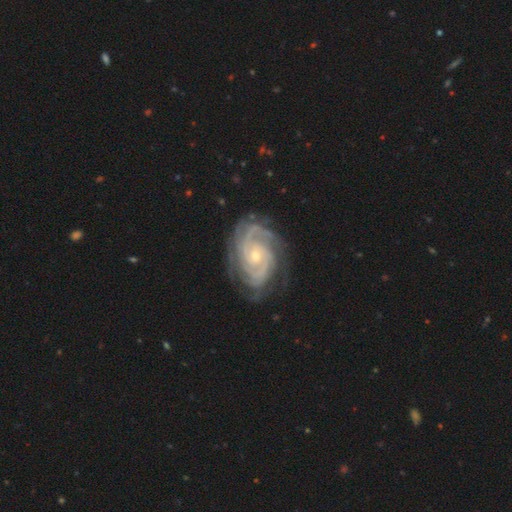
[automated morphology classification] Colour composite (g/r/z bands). It shows a featured or disk galaxy (91%) with no bar (72%), 2 (31%) tight (75%) spiral arms (98%) and a small central bulge (69%). Merging: none (75%).